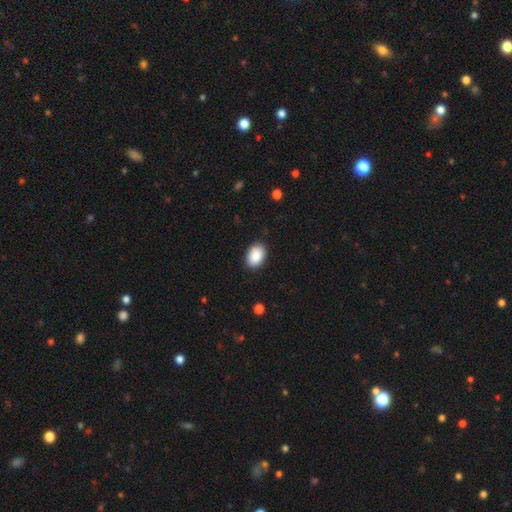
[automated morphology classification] smooth_or_featured: smooth (p=0.89) [alt: star or artifact p=0.07]
how_rounded: in between (p=0.86) [alt: round p=0.13]
merging: none (p=0.87) [alt: minor disturbance p=0.10]